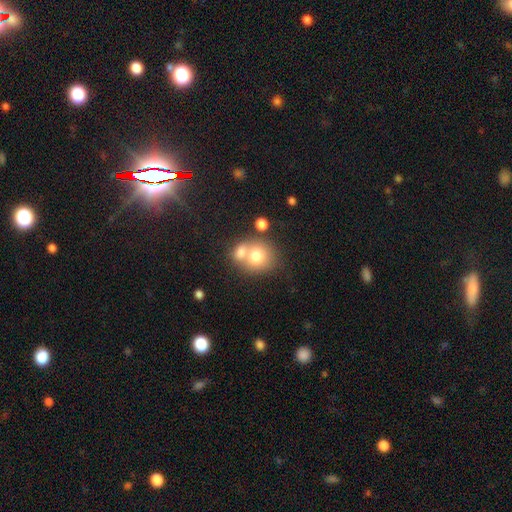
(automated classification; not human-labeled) smooth_or_featured: smooth (p=0.73) [alt: featured or disk p=0.17]
how_rounded: round (p=0.75) [alt: in between p=0.24]
merging: merger (p=0.50) [alt: none p=0.37]